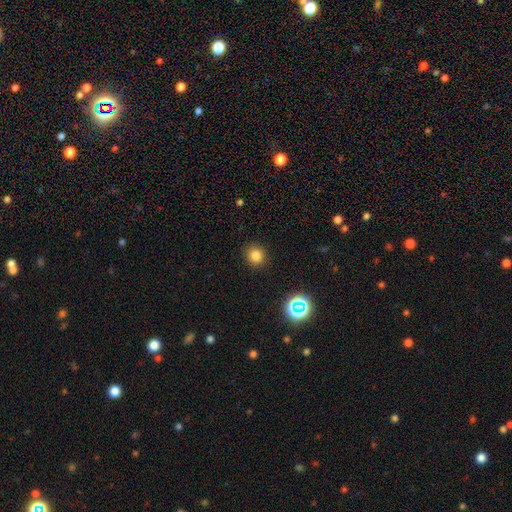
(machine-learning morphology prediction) smooth-or-featured: smooth: 80% | star or artifact: 15% | featured or disk: 5%
  how-rounded: round: 88% | in between: 11% | cigar-shaped: 1%
  merging: none: 90% | minor disturbance: 6% | major disturbance: 2% | merger: 1%